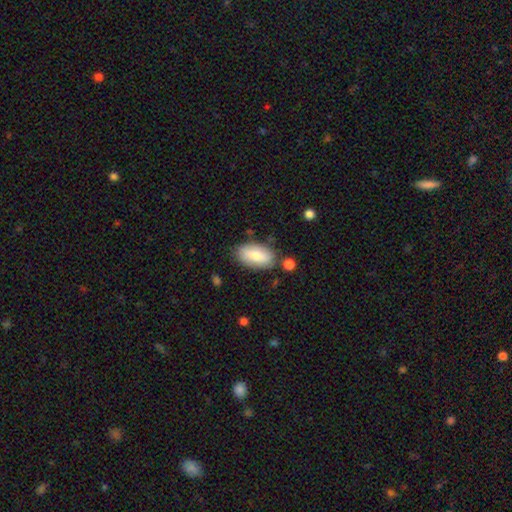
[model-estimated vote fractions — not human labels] Morphology: type=smooth (70%); roundness=in between (92%); merging=none (79%).